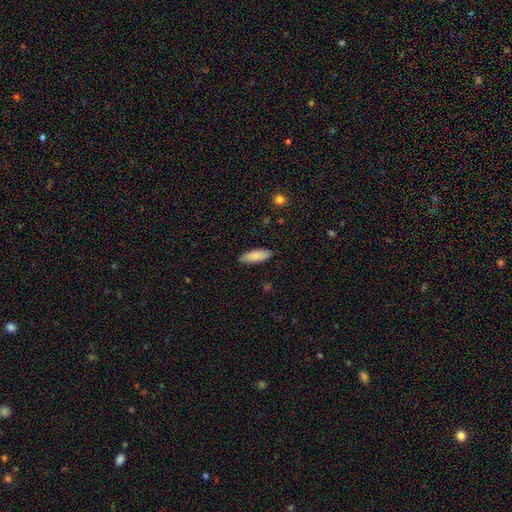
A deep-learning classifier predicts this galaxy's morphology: smooth_or_featured: smooth (p=0.84) [alt: featured or disk p=0.10]
how_rounded: in between (p=0.67) [alt: cigar-shaped p=0.31]
merging: none (p=0.87) [alt: minor disturbance p=0.10]